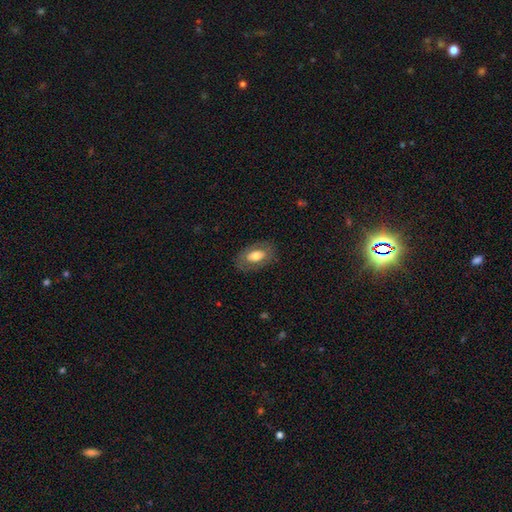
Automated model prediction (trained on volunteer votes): Smooth or featured? smooth (61%)
How rounded? in between (91%)
Merging? none (80%)